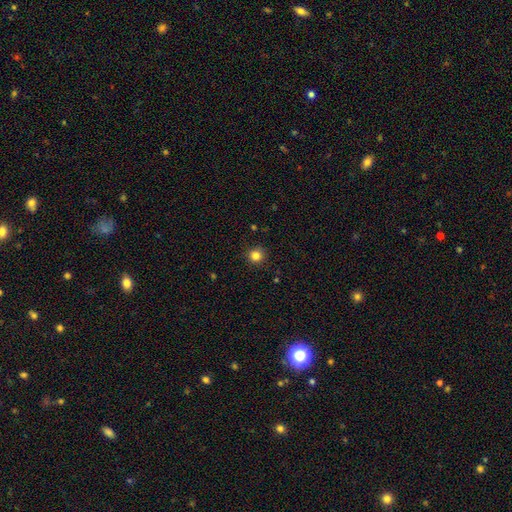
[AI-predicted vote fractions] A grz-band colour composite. It shows a smooth galaxy with no disk features (83%) that is round (94%). Merging: none (91%).